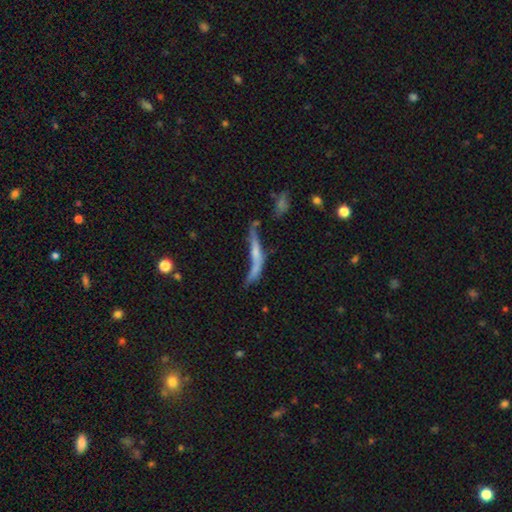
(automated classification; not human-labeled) Overall: featured or disk (57%; smooth 31%). Edge-on disk: yes (61%; no 39%). Merging: none (32%; major disturbance 29%).